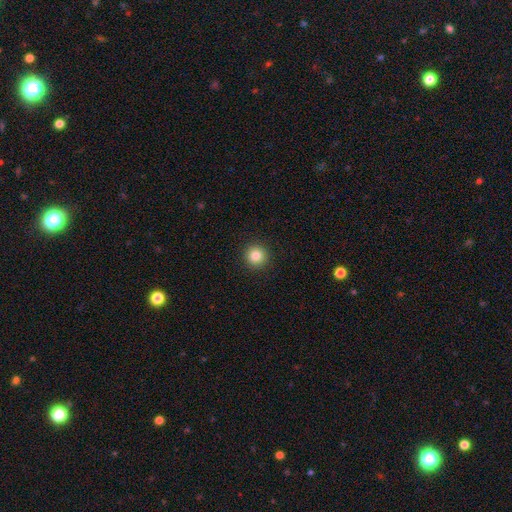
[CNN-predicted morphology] A smooth galaxy with no disk features (83%) that is round (95%). Merging: none (93%).